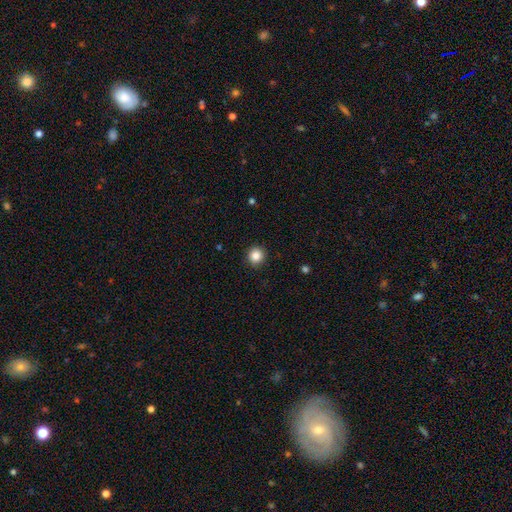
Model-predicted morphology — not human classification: smooth-or-featured: smooth: 86% | star or artifact: 10% | featured or disk: 4%
  how-rounded: round: 93% | in between: 6% | cigar-shaped: 1%
  merging: none: 92% | minor disturbance: 5% | major disturbance: 2% | merger: 1%